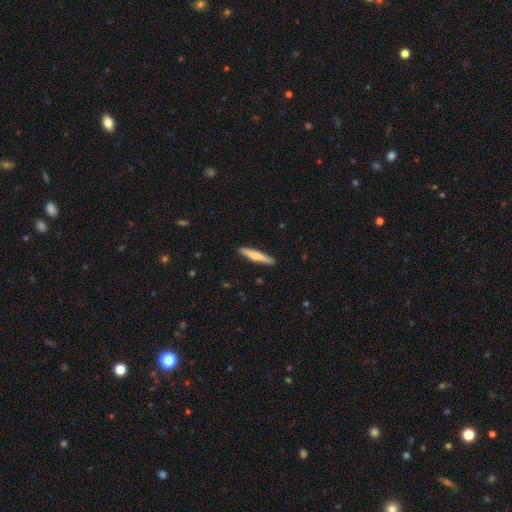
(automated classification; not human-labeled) Smooth or featured? Predicted: smooth (p=0.62). How rounded? Predicted: cigar-shaped (p=0.93). Merging? Predicted: none (p=0.90).